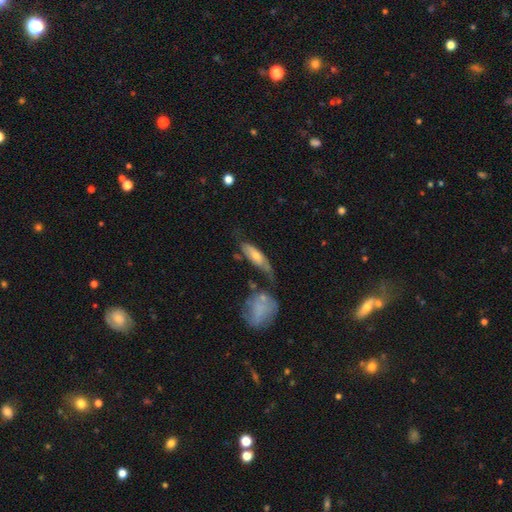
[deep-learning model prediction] Smooth or featured? Predicted: smooth (p=0.51). How rounded? Predicted: in between (p=0.60). Merging? Predicted: none (p=0.36).